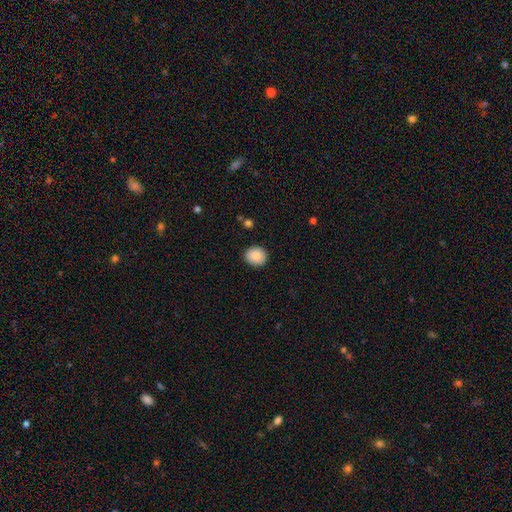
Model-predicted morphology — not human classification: smooth_or_featured: smooth (p=0.89) [alt: star or artifact p=0.07]
how_rounded: round (p=0.83) [alt: in between p=0.17]
merging: none (p=0.90) [alt: minor disturbance p=0.07]